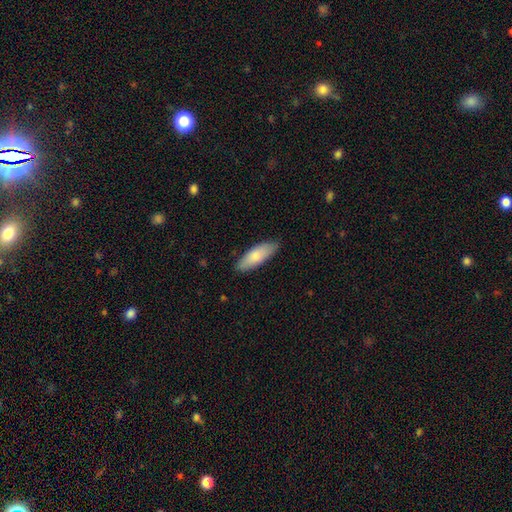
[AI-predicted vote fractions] Smooth or featured?
  - smooth: 79% *
  - featured or disk: 15%
  - star or artifact: 5%
How rounded?
  - in between: 64% *
  - cigar-shaped: 35%
  - round: 2%
Merging?
  - none: 86% *
  - minor disturbance: 12%
  - major disturbance: 2%
  - merger: 1%